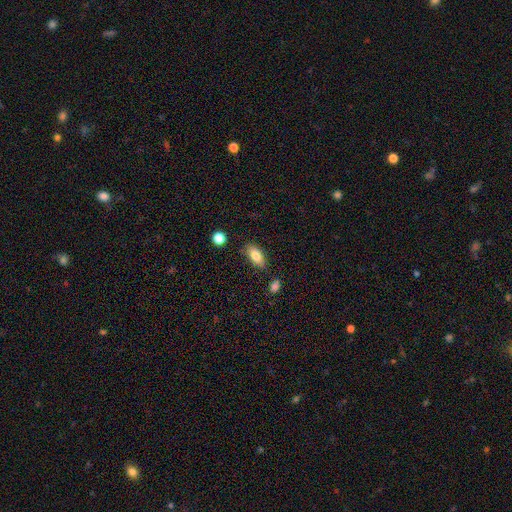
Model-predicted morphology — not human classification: The model was most divided on "merging": none: 81%, minor disturbance: 13%, merger: 3%, major disturbance: 3%. More confident: how rounded — in between (87%); smooth or featured — smooth (81%).